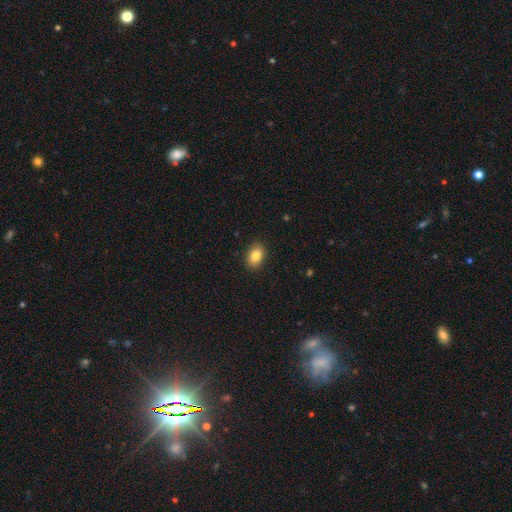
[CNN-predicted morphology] type=smooth (84%); roundness=in between (77%); merging=none (89%).